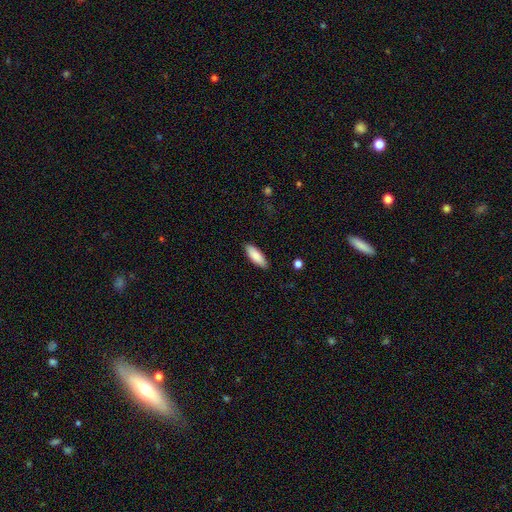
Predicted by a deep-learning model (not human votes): This is clearly a smooth galaxy (86%). How rounded: likely in between (71%). Merging: clearly none (88%).